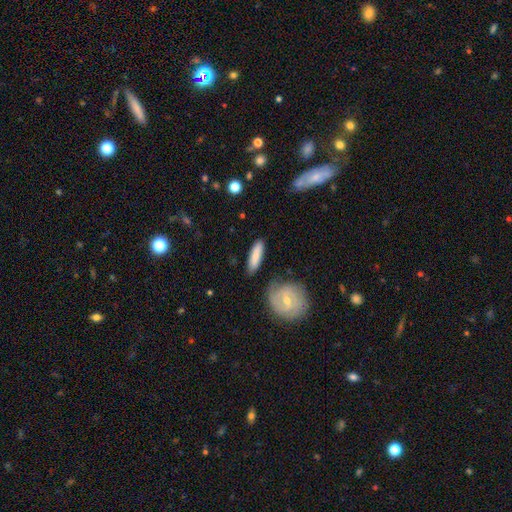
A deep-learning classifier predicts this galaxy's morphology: Smooth or featured? Predicted: smooth (p=0.75). How rounded? Predicted: cigar-shaped (p=0.67). Merging? Predicted: none (p=0.79).